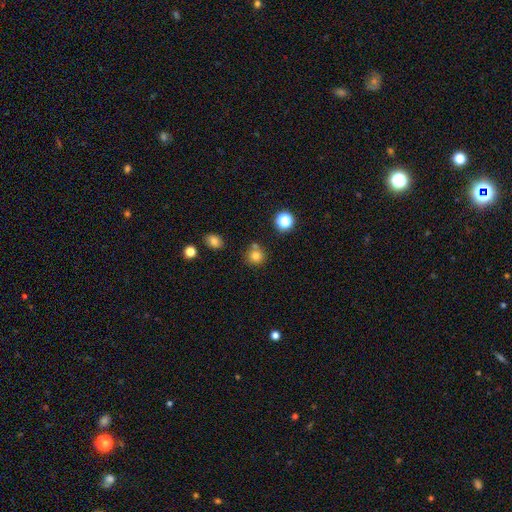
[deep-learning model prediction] Smooth or featured? Predicted: smooth (p=0.77). How rounded? Predicted: round (p=0.91). Merging? Predicted: none (p=0.70).